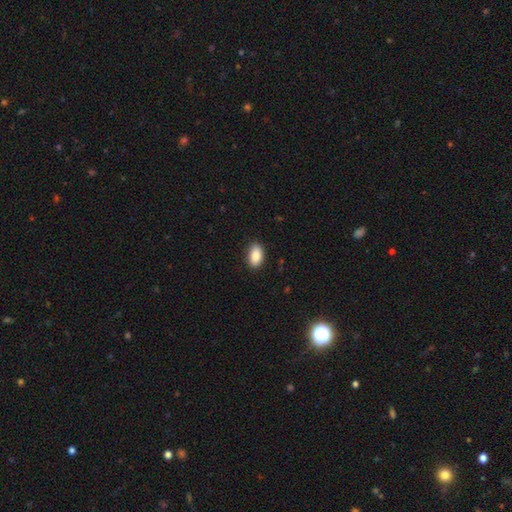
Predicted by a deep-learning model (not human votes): The model was most divided on "smooth or featured": smooth: 88%, star or artifact: 7%, featured or disk: 5%. More confident: how rounded — in between (92%); merging — none (89%).